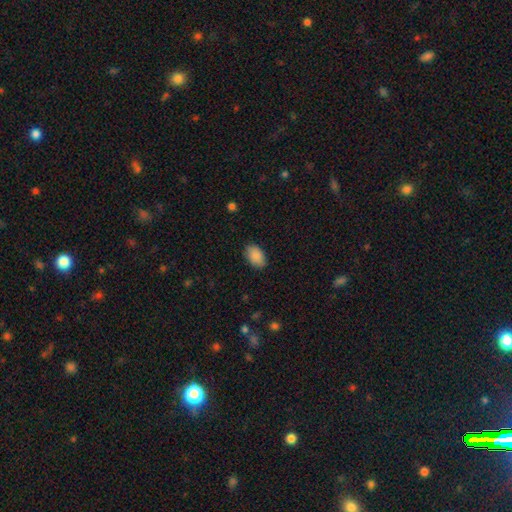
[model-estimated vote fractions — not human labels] Morphology: type=smooth (89%); roundness=in between (91%); merging=none (86%).